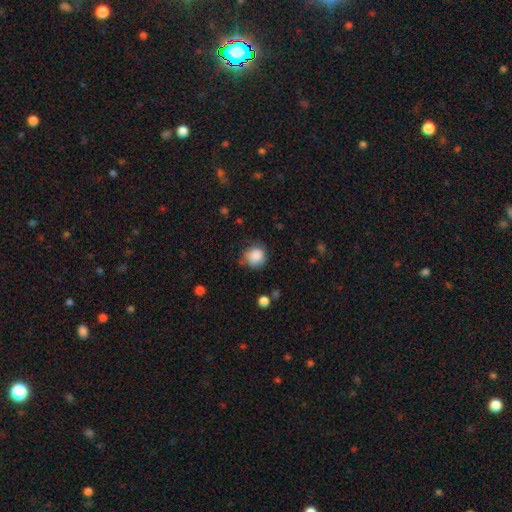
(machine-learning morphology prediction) A smooth galaxy with no disk features (87%) that is round (87%).

Vote fractions:
- Smooth or featured? smooth: 87% / star or artifact: 8% / featured or disk: 5%
- How rounded? round: 87% / in between: 13% / cigar-shaped: 1%
- Merging? none: 71% / minor disturbance: 21% / major disturbance: 6% / merger: 2%